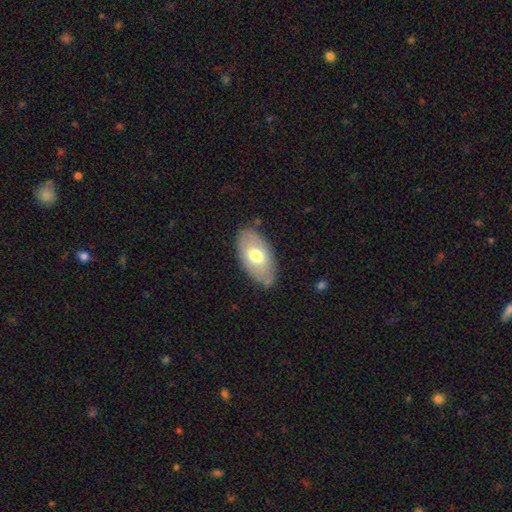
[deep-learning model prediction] Smooth or featured?
  - smooth: 62% *
  - featured or disk: 32%
  - star or artifact: 6%
How rounded?
  - in between: 94% *
  - round: 3%
  - cigar-shaped: 2%
Merging?
  - none: 75% *
  - minor disturbance: 18%
  - major disturbance: 4%
  - merger: 2%